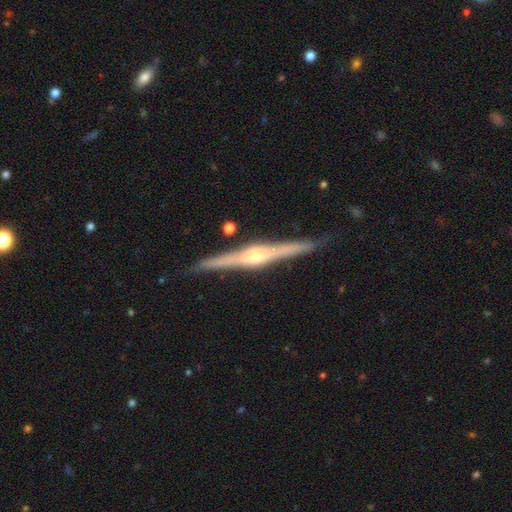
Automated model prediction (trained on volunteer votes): smooth-or-featured: featured or disk: 86% | smooth: 9% | star or artifact: 5%
  disk-edge-on: yes: 98% | no: 2%
    edge-on-bulge: rounded: 78% | boxy: 15% | none: 7%
  merging: none: 89% | minor disturbance: 8% | merger: 2% | major disturbance: 2%